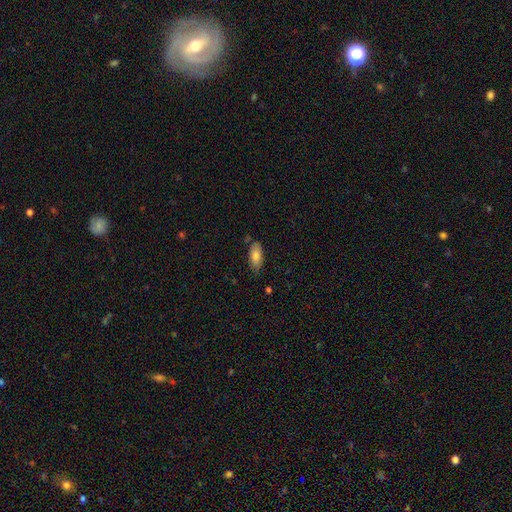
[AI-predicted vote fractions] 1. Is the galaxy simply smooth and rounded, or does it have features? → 80% smooth, 13% featured or disk, 7% star or artifact.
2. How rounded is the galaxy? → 86% in between, 12% cigar-shaped, 2% round.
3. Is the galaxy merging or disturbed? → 74% none, 19% minor disturbance, 4% merger, 3% major disturbance.